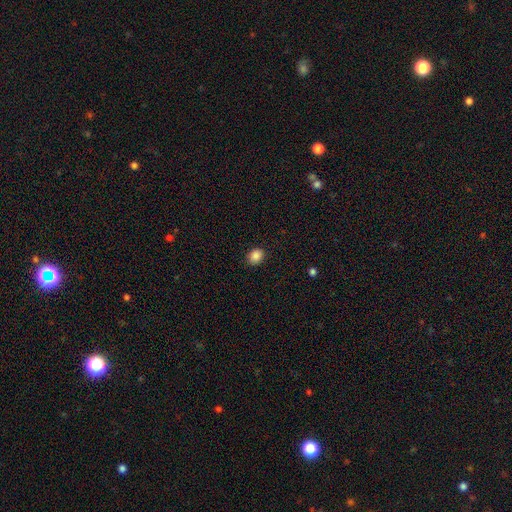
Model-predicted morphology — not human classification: Smooth or featured?
  - smooth: 87% *
  - star or artifact: 10%
  - featured or disk: 3%
How rounded?
  - round: 55% *
  - in between: 44%
  - cigar-shaped: 1%
Merging?
  - none: 88% *
  - minor disturbance: 8%
  - major disturbance: 2%
  - merger: 1%